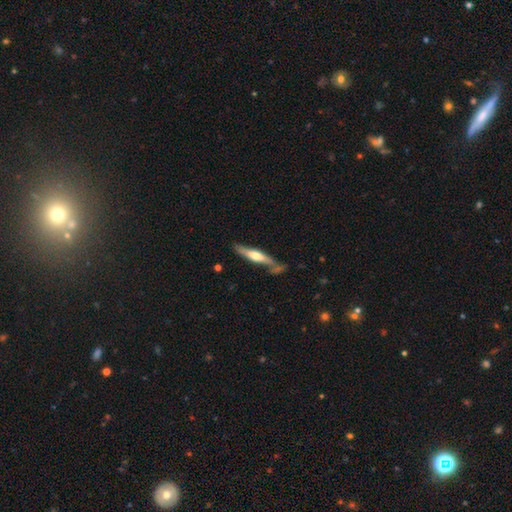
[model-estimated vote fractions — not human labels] Smooth or featured? featured or disk (55%)
Edge-on disk? yes (91%)
Edge-on bulge? rounded (87%)
Merging? none (65%)